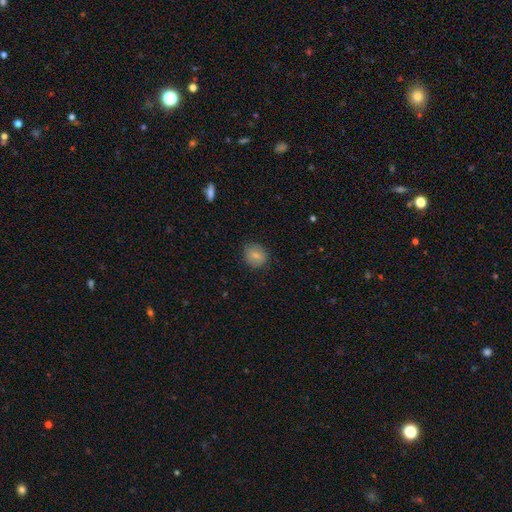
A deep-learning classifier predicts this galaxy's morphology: smooth 79%, featured or disk 12%, star or artifact 9%. Down the decision tree: how rounded — round (67%); merging — none (83%).